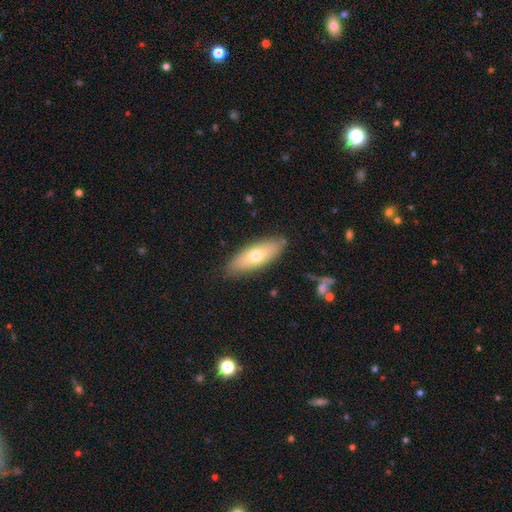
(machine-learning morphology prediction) Smooth or featured?
  - smooth: 63% *
  - featured or disk: 30%
  - star or artifact: 7%
How rounded?
  - in between: 64% *
  - cigar-shaped: 33%
  - round: 3%
Merging?
  - none: 86% *
  - minor disturbance: 10%
  - major disturbance: 2%
  - merger: 1%